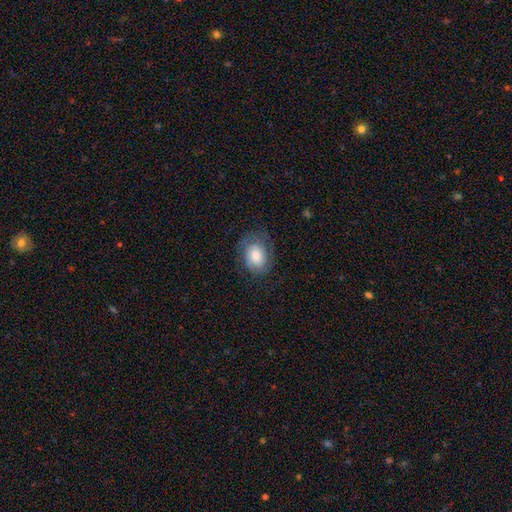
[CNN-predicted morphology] type=smooth (54%); roundness=in between (62%); merging=none (68%).